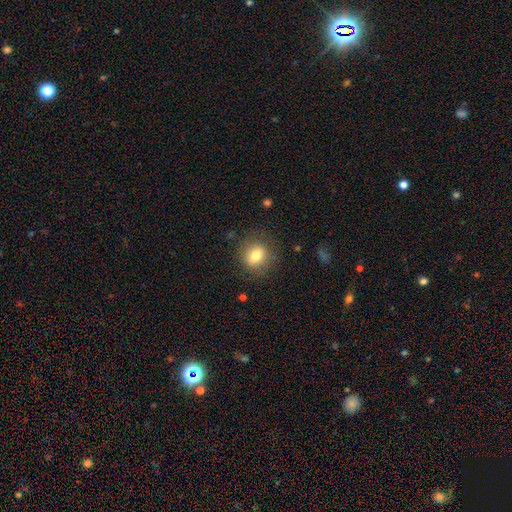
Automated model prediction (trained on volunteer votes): Overall: smooth (77%). How rounded: round (67%; in between 32%). Merging: none (83%).